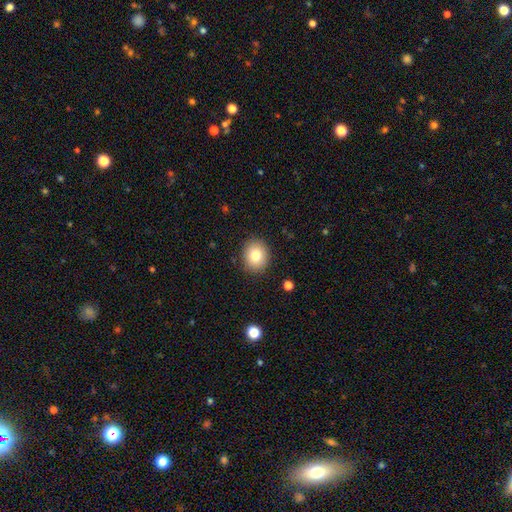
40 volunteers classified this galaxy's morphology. Smooth or featured? 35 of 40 (88%) said smooth. How rounded? 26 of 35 (74%) said round. Merging? 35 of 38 (92%) said none.